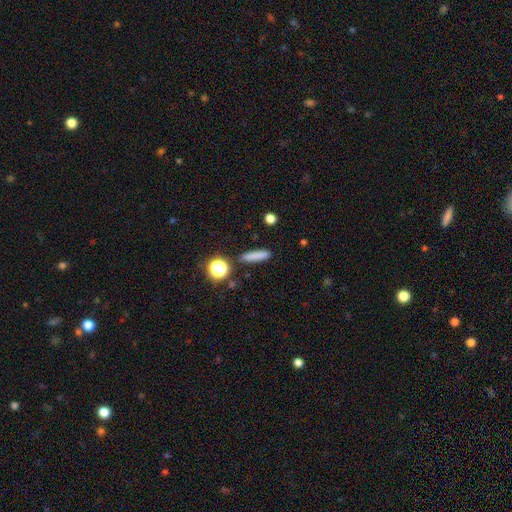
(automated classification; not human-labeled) A smooth galaxy with no disk features (80%) that is cigar-shaped (80%). Merging: none (87%).